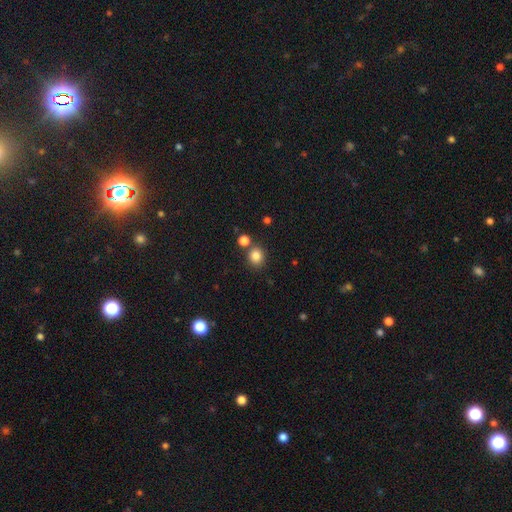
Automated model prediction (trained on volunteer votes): smooth 84%, star or artifact 11%, featured or disk 5%. Down the decision tree: how rounded — round (80%); merging — none (74%).